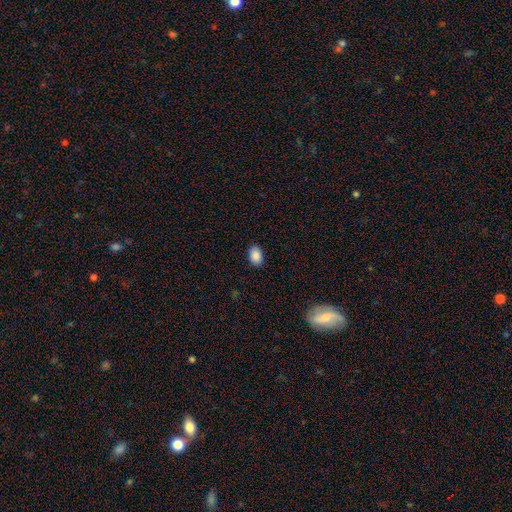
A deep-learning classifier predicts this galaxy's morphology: Smooth or featured? smooth (89%)
How rounded? in between (88%)
Merging? none (88%)